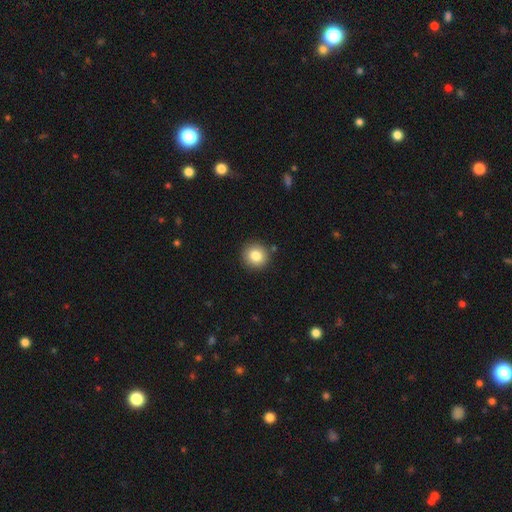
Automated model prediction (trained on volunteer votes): Q: Smooth or featured?
A: smooth (83%); runner-up: star or artifact (10%)
Q: How rounded?
A: round (92%); runner-up: in between (7%)
Q: Merging?
A: none (89%); runner-up: minor disturbance (7%)